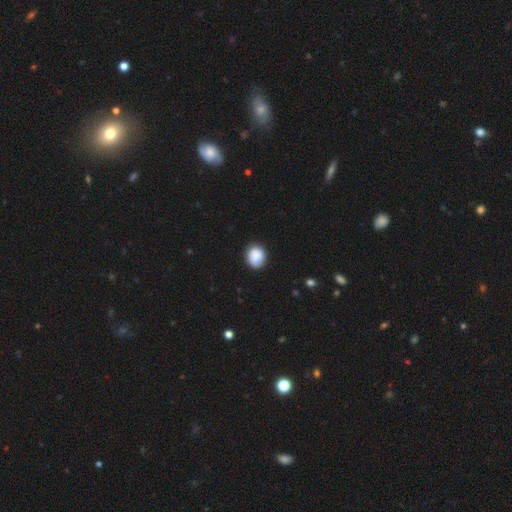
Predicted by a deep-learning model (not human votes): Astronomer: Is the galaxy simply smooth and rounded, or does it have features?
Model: smooth — 88%.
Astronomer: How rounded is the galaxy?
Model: round — 72%.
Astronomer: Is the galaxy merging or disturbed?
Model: none — 84%.